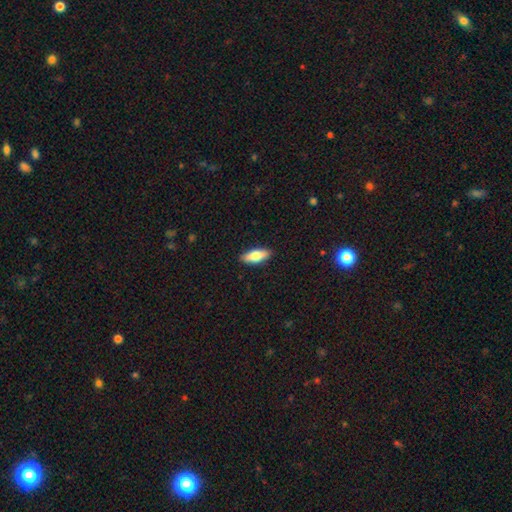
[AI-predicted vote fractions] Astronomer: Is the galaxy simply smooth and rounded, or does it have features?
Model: smooth — 75%.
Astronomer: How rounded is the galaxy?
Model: in between — 71%.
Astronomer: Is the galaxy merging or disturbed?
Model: none — 90%.